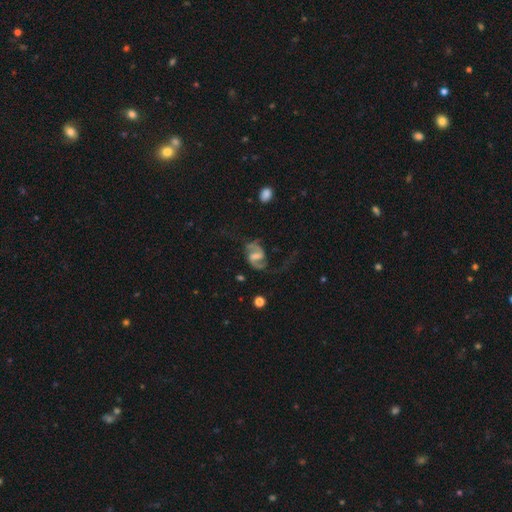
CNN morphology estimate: Smooth or featured? Predicted: featured or disk (p=0.86). Edge-on disk? Predicted: no (p=0.98). Bar? Predicted: weak (p=0.50). Spiral arms? Predicted: yes (p=0.95). Spiral winding? Predicted: medium (p=0.48). Spiral arm count? Predicted: 2 (p=0.91). Bulge size? Predicted: moderate (p=0.34). Merging? Predicted: none (p=0.56).